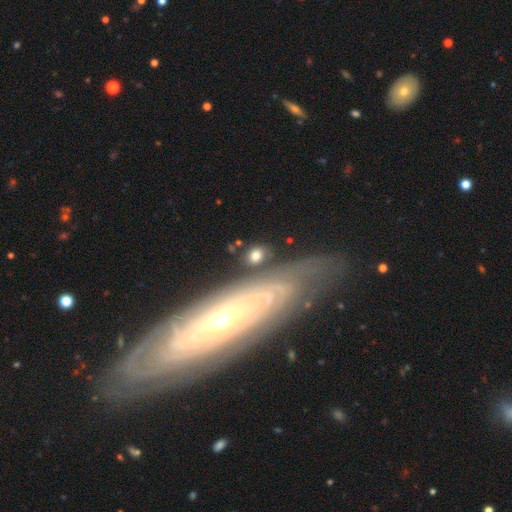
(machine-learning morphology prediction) type=smooth (70%); roundness=in between (54%); merging=none (77%).